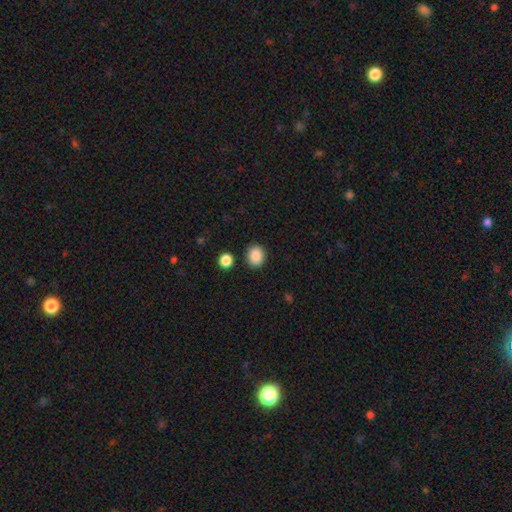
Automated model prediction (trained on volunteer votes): Morphology: type=smooth (88%); roundness=round (67%); merging=none (87%).